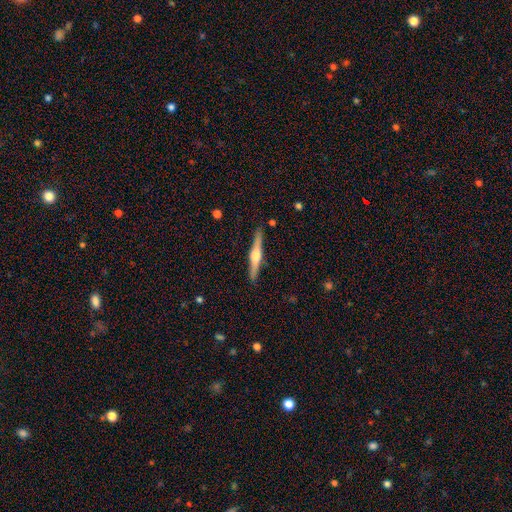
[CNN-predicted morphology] This is likely a featured or disk galaxy (73%). It is clearly viewed edge-on (98%). Edge-on bulge: clearly rounded (90%). Merging: clearly none (90%).